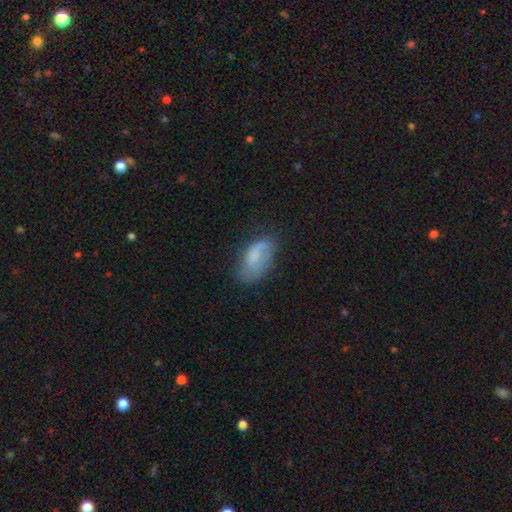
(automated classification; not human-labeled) Overall: smooth (66%; featured or disk 26%). How rounded: in between (92%). Merging: none (50%; minor disturbance 31%).